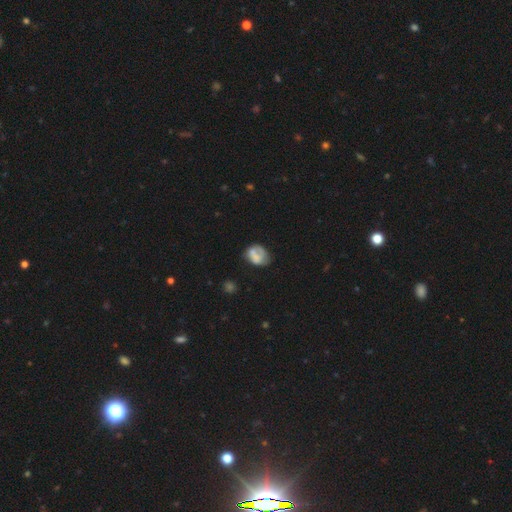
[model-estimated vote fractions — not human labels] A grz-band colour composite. It shows a smooth galaxy with no disk features (60%) that is in between round and cigar-shaped (56%). Merging: none (39%).